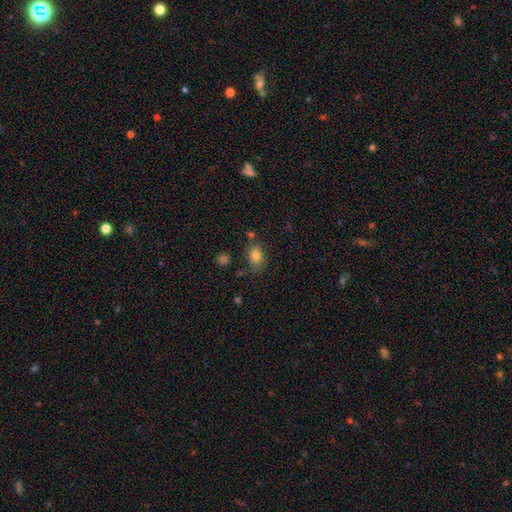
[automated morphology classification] Smooth or featured: smooth — 82% (star or artifact — 11%)
How rounded: in between — 70% (round — 28%)
Merging: none — 69% (minor disturbance — 18%)